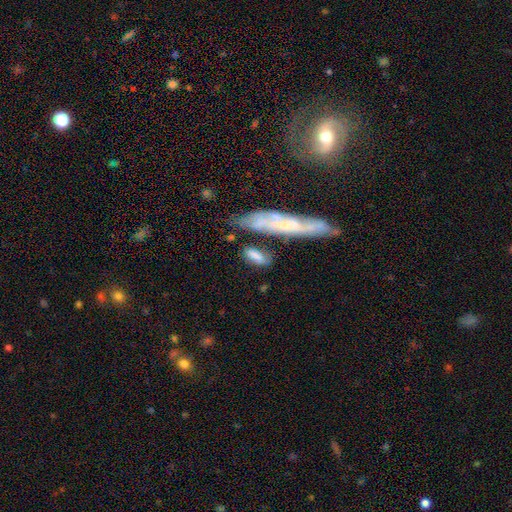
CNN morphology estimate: Smooth or featured: smooth — 72% (featured or disk — 21%)
How rounded: in between — 61% (cigar-shaped — 35%)
Merging: none — 55% (minor disturbance — 22%)